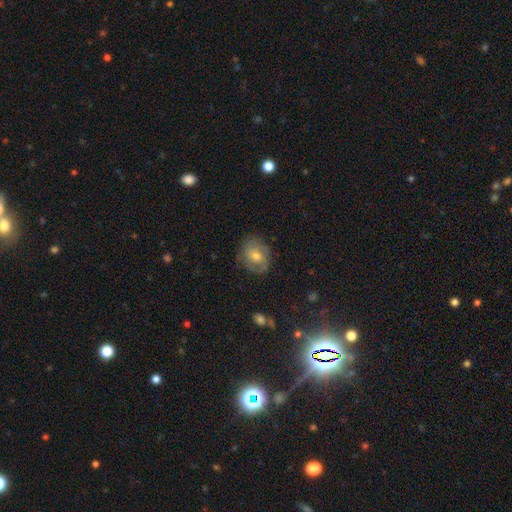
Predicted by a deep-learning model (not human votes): The model was most divided on "smooth or featured": featured or disk: 45%, smooth: 44%, star or artifact: 11%. More confident: merging — none (77%).